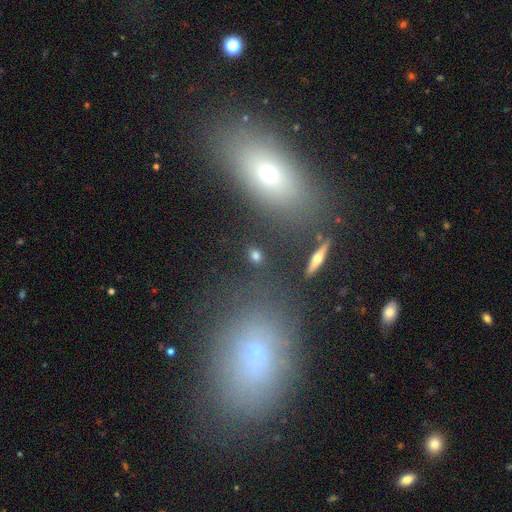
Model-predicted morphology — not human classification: Q: Smooth or featured?
A: smooth (76%); runner-up: star or artifact (15%)
Q: How rounded?
A: in between (53%); runner-up: round (42%)
Q: Merging?
A: none (84%); runner-up: minor disturbance (8%)